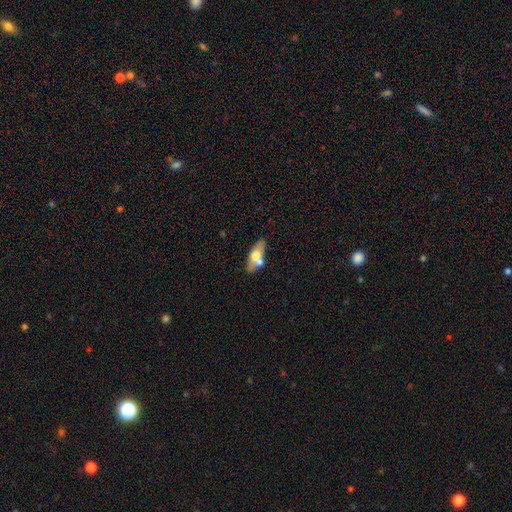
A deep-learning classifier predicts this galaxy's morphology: smooth_or_featured: smooth (p=0.55) [alt: featured or disk p=0.39]
how_rounded: in between (p=0.76) [alt: cigar-shaped p=0.20]
merging: none (p=0.53) [alt: merger p=0.28]